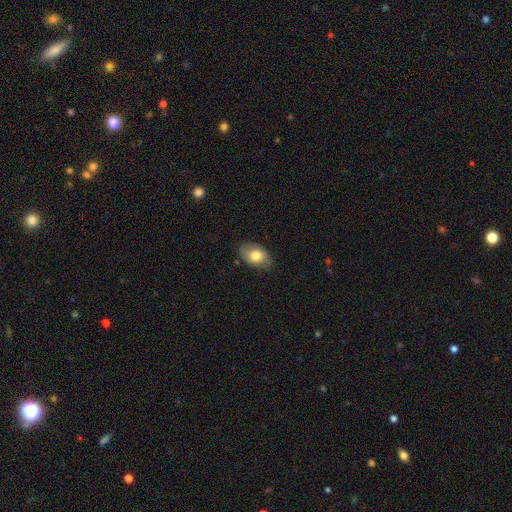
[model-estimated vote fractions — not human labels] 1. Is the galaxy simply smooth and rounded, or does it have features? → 72% smooth, 21% featured or disk, 7% star or artifact.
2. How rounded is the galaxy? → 88% in between, 11% round, 1% cigar-shaped.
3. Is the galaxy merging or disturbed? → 78% none, 17% minor disturbance, 4% major disturbance, 1% merger.